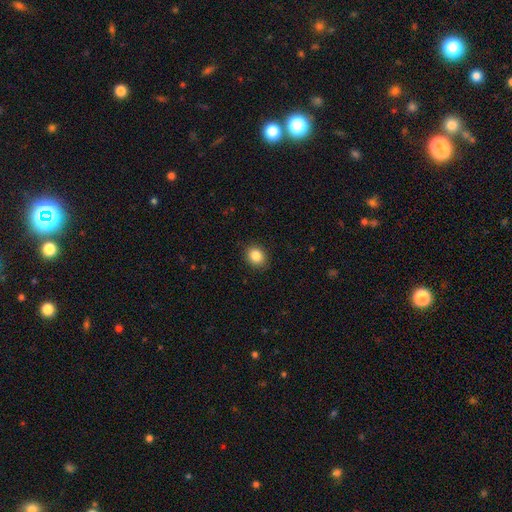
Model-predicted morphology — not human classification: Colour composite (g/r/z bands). It shows a smooth galaxy with no disk features (86%) that is round (56%). Merging: none (89%).